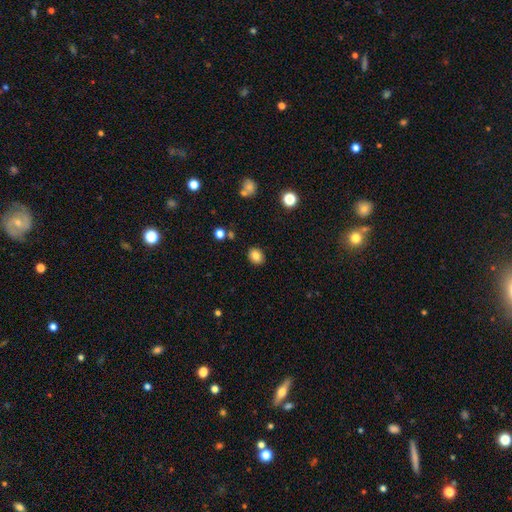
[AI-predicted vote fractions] This appears to be a smooth galaxy with no disk features (83%) that is round (56%). Merging: none (88%).